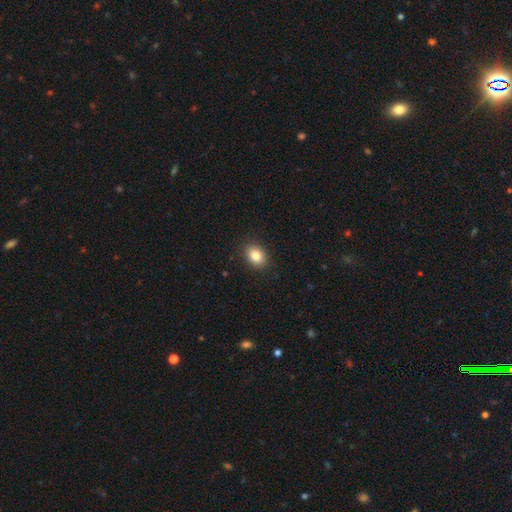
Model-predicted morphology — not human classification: The model was most divided on "how rounded": in between: 63%, round: 36%, cigar-shaped: 1%. More confident: merging — none (90%); smooth or featured — smooth (84%).